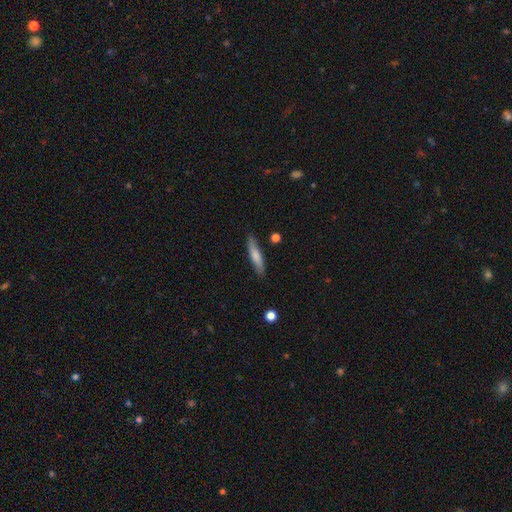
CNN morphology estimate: smooth-or-featured: smooth: 72% | featured or disk: 22% | star or artifact: 6%
  how-rounded: cigar-shaped: 84% | in between: 15% | round: 2%
  merging: none: 85% | minor disturbance: 11% | major disturbance: 2% | merger: 2%